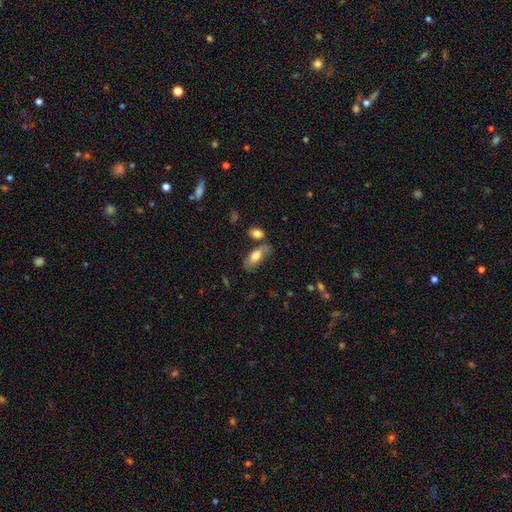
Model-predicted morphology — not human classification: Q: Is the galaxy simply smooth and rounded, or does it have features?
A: smooth — 71%.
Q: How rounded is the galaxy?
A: in between — 82%.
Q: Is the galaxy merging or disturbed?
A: none — 58%.